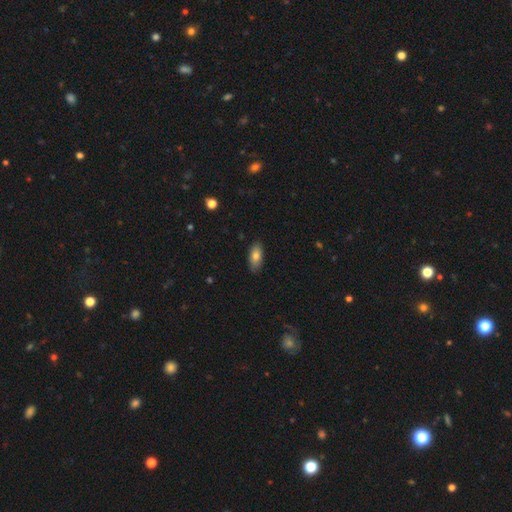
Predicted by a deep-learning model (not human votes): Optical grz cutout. It shows a smooth galaxy with no disk features (80%) that is in between round and cigar-shaped (86%). Merging: none (86%).